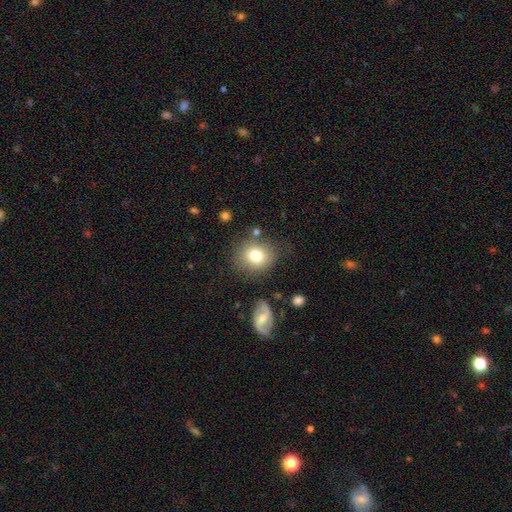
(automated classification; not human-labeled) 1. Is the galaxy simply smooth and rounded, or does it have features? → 78% smooth, 12% featured or disk, 10% star or artifact.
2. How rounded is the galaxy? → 79% round, 20% in between, 1% cigar-shaped.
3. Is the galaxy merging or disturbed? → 77% none, 13% minor disturbance, 6% merger, 5% major disturbance.